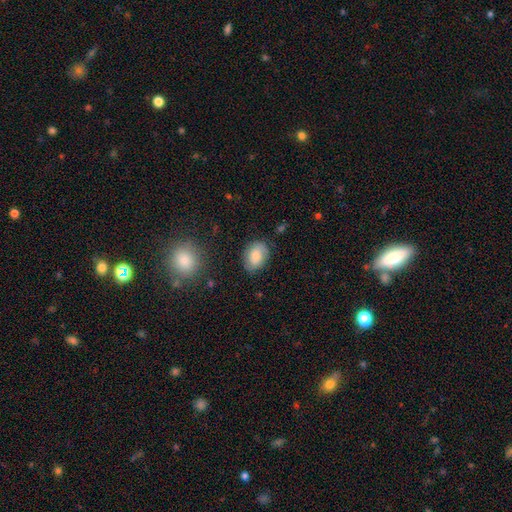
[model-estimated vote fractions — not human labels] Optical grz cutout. It shows a smooth galaxy with no disk features (69%) that is in between round and cigar-shaped (77%). Merging: none (77%).